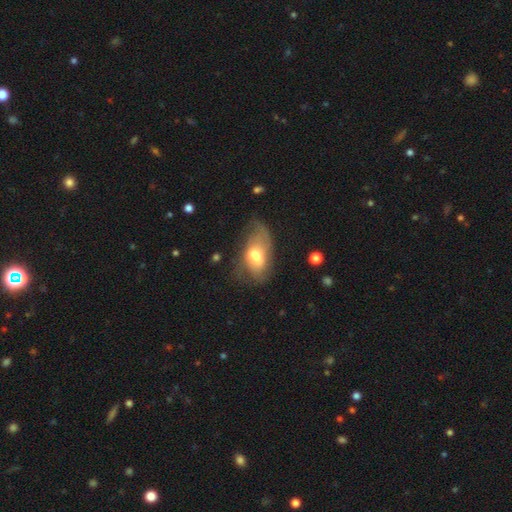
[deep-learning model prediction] Morphology: type=smooth (58%); roundness=in between (91%); merging=none (38%).